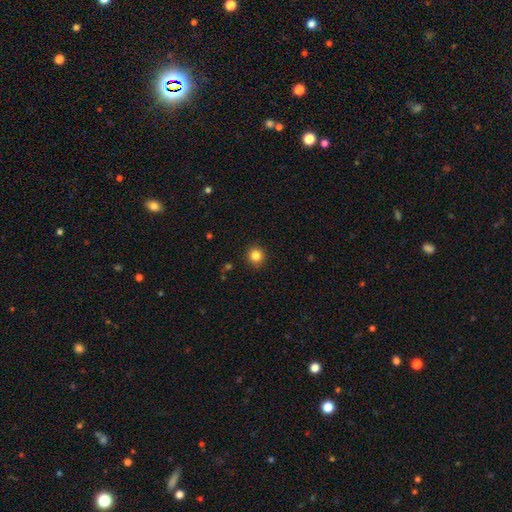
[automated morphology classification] type=smooth (85%); roundness=round (91%); merging=none (90%).